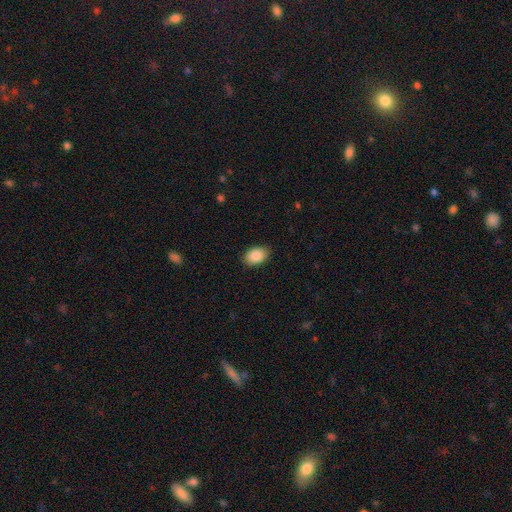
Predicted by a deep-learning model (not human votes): This appears to be a smooth galaxy with no disk features (88%) that is in between round and cigar-shaped (88%). Merging: none (88%).